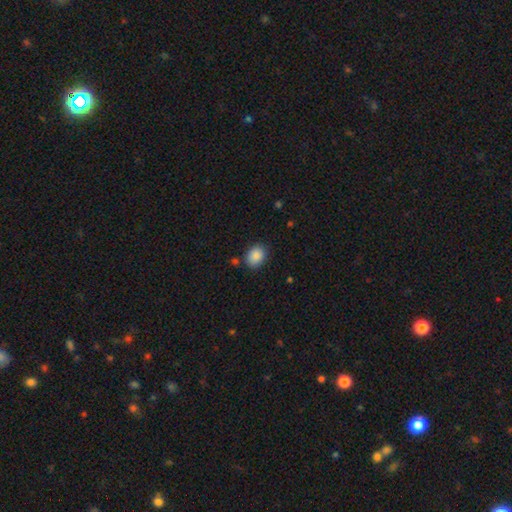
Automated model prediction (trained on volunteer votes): The model was most divided on "how rounded": in between: 60%, round: 39%, cigar-shaped: 1%. More confident: smooth or featured — smooth (88%); merging — none (83%).